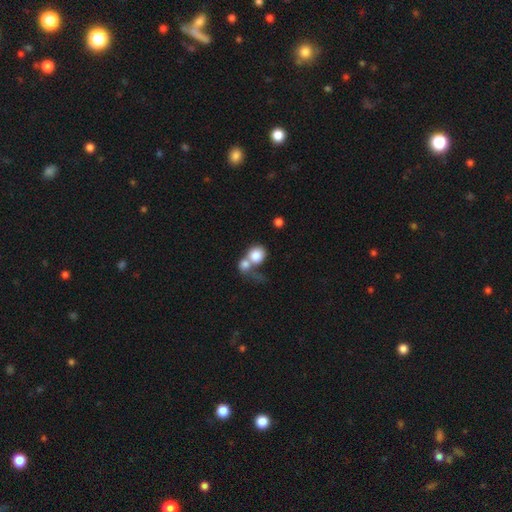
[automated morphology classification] type=smooth (79%); roundness=round (76%); merging=merger (64%).